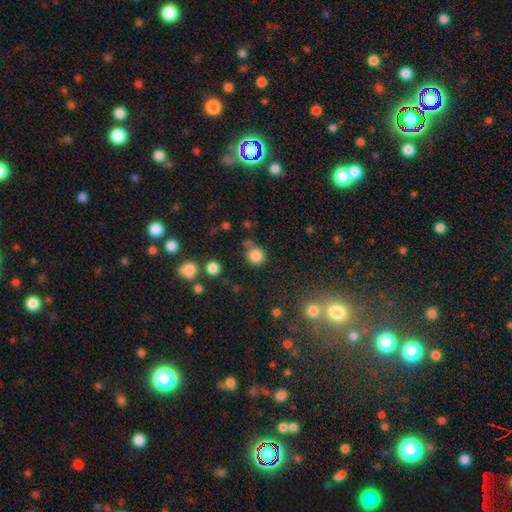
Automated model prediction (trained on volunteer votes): Morphology: type=smooth (84%); roundness=round (91%); merging=none (73%).